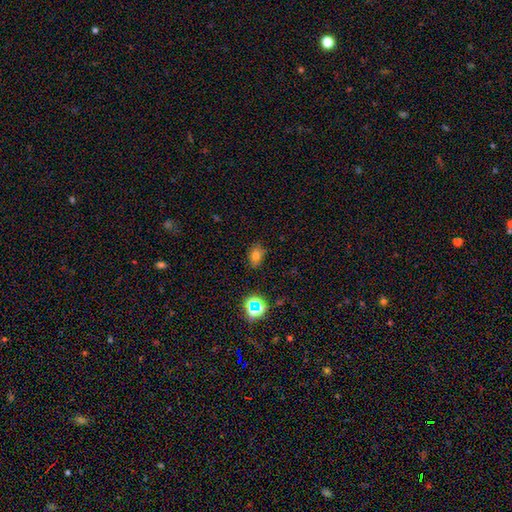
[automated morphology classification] This appears to be a smooth galaxy with no disk features (72%) that is in between round and cigar-shaped (74%). Merging: none (81%).